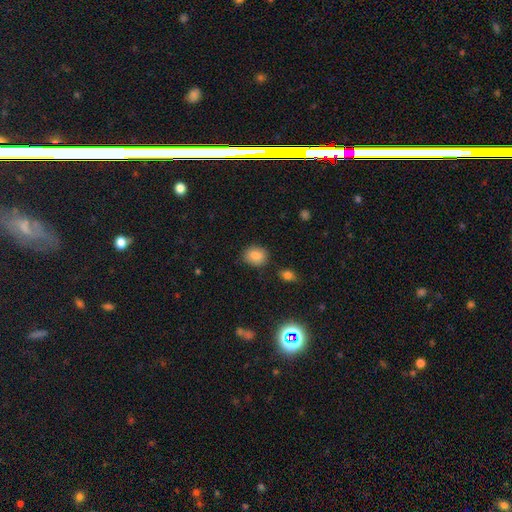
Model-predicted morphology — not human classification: A smooth galaxy with no disk features (85%) that is round (59%).

Vote fractions:
- Smooth or featured? smooth: 85% / star or artifact: 10% / featured or disk: 5%
- How rounded? round: 59% / in between: 40% / cigar-shaped: 1%
- Merging? none: 81% / minor disturbance: 13% / major disturbance: 3% / merger: 3%